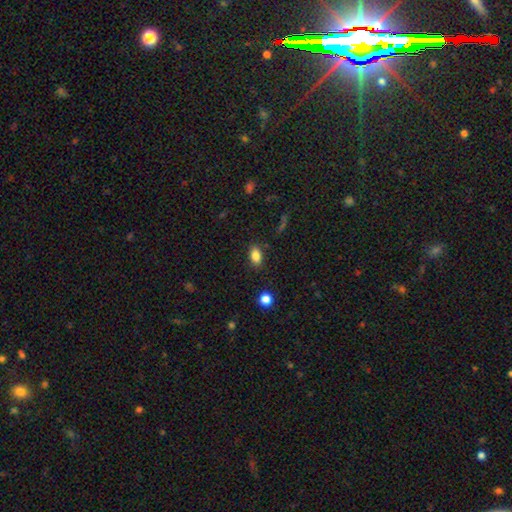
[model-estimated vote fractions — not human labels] The model was most divided on "smooth or featured": smooth: 85%, star or artifact: 10%, featured or disk: 5%. More confident: how rounded — in between (88%); merging — none (86%).